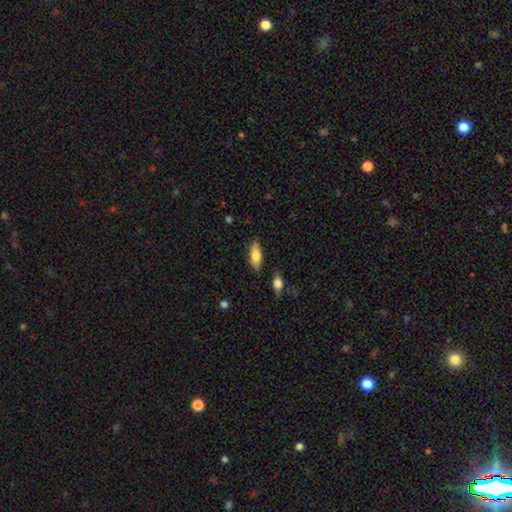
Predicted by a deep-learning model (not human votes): A smooth galaxy with no disk features (78%) that is in between round and cigar-shaped (78%). Merging: none (81%).